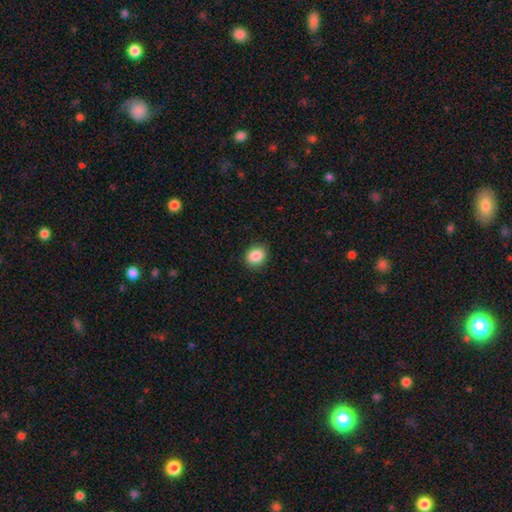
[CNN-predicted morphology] smooth-or-featured: smooth: 87% | star or artifact: 9% | featured or disk: 5%
  how-rounded: round: 58% | in between: 41% | cigar-shaped: 1%
  merging: none: 89% | minor disturbance: 8% | major disturbance: 2% | merger: 1%